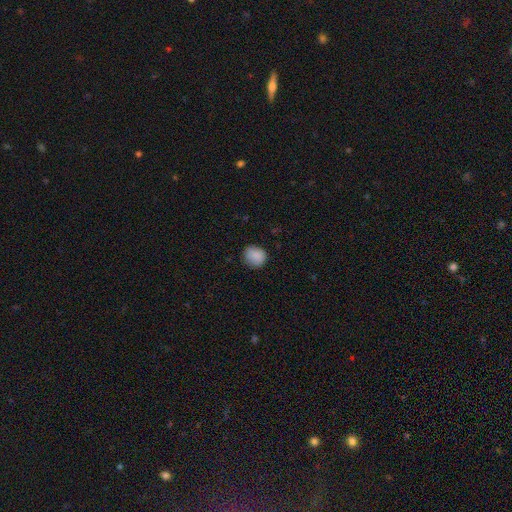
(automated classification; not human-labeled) Morphology: type=smooth (88%); roundness=round (80%); merging=none (82%).